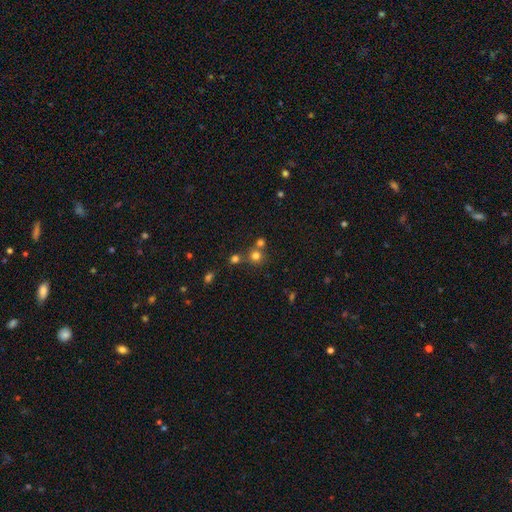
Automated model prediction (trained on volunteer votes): Morphology: type=smooth (72%); roundness=round (89%); merging=none (59%).